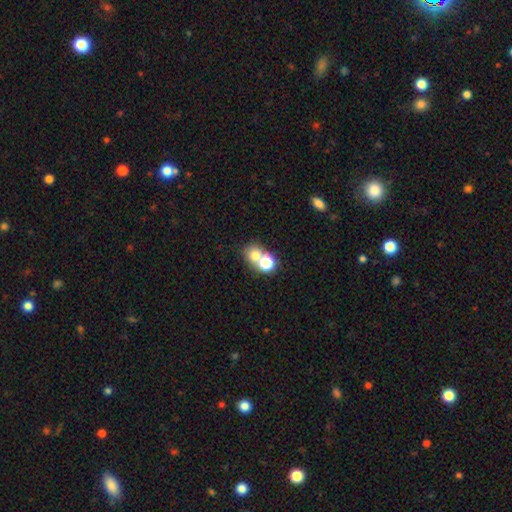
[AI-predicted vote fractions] Morphology: type=smooth (71%); roundness=round (74%); merging=merger (52%).